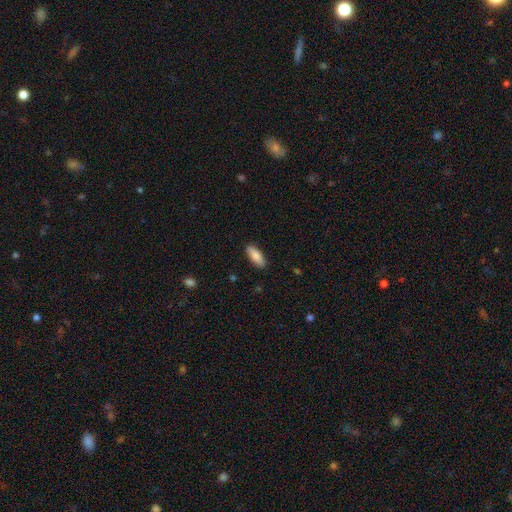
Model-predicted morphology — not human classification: This is clearly a smooth galaxy (85%). How rounded: likely in between (74%). Merging: clearly none (89%).